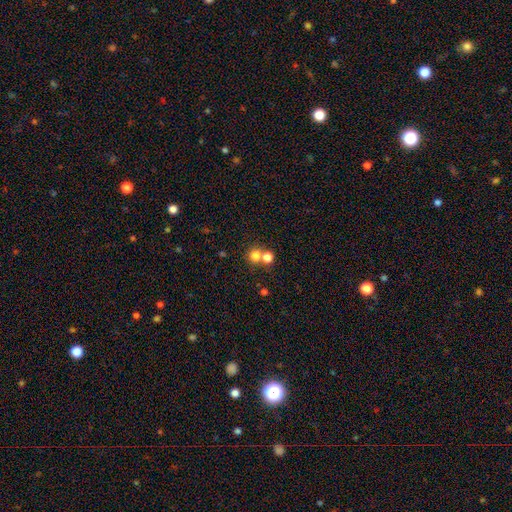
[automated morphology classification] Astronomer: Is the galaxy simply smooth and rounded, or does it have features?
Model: smooth — 77%.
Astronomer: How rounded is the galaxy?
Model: round — 89%.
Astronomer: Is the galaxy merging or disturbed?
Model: none — 54% (runner-up: merger, 38%).